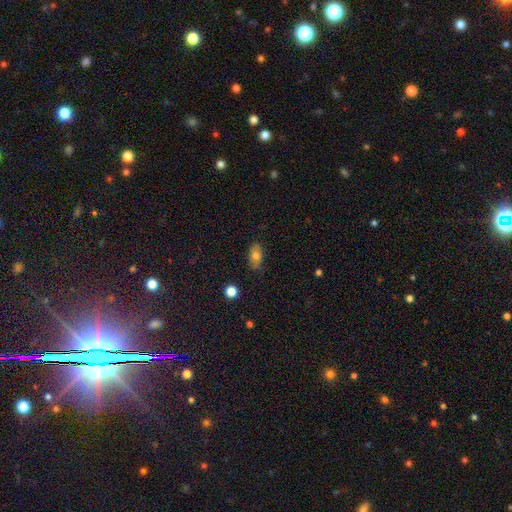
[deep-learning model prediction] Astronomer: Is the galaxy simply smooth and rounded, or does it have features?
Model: smooth — 74%.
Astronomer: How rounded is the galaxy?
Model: in between — 86%.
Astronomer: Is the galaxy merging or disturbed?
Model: none — 82%.